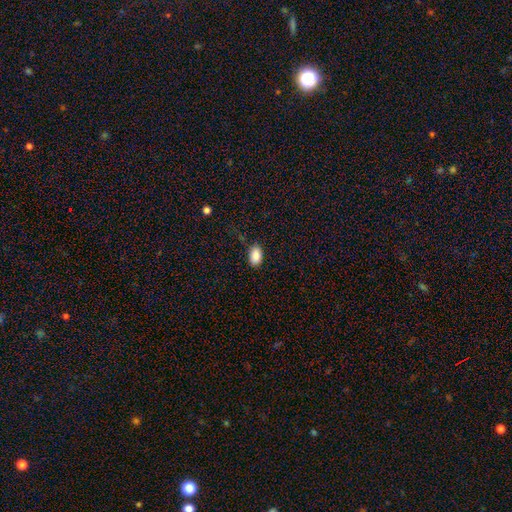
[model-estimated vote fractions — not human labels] Overall: smooth (89%). How rounded: in between (91%). Merging: none (81%).